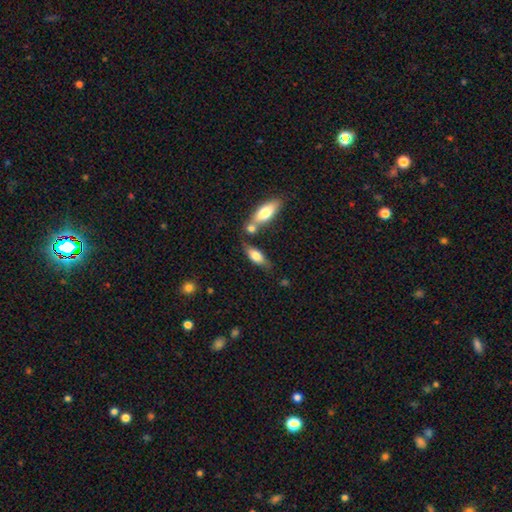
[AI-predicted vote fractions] Q: Smooth or featured?
A: smooth (73%); runner-up: featured or disk (21%)
Q: How rounded?
A: in between (73%); runner-up: cigar-shaped (24%)
Q: Merging?
A: none (54%); runner-up: merger (25%)